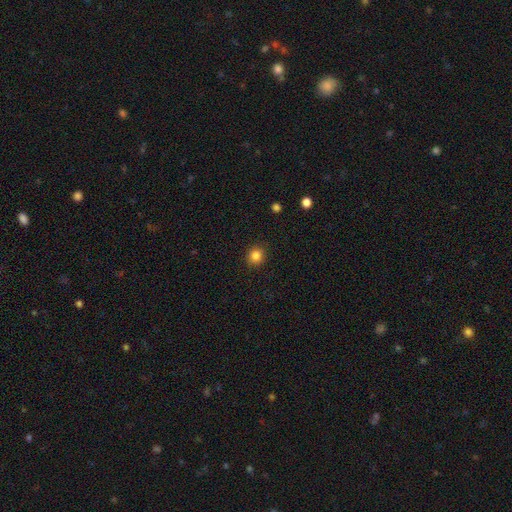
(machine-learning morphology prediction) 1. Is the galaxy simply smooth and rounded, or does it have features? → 85% smooth, 11% star or artifact, 4% featured or disk.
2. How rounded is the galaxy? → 86% round, 13% in between, 1% cigar-shaped.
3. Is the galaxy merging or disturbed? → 90% none, 6% minor disturbance, 2% major disturbance, 1% merger.